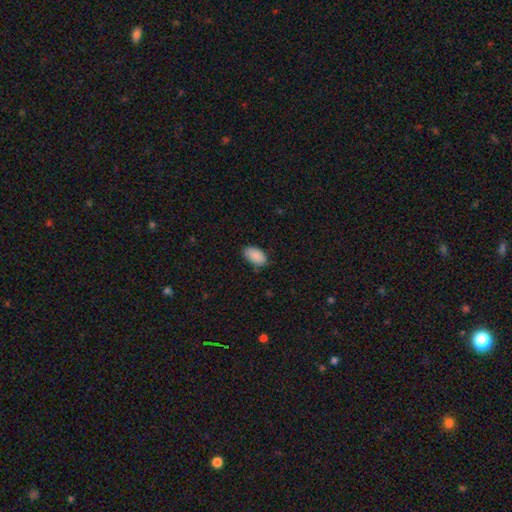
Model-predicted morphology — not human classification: A smooth galaxy with no disk features (90%) that is in between round and cigar-shaped (95%). Merging: none (79%).